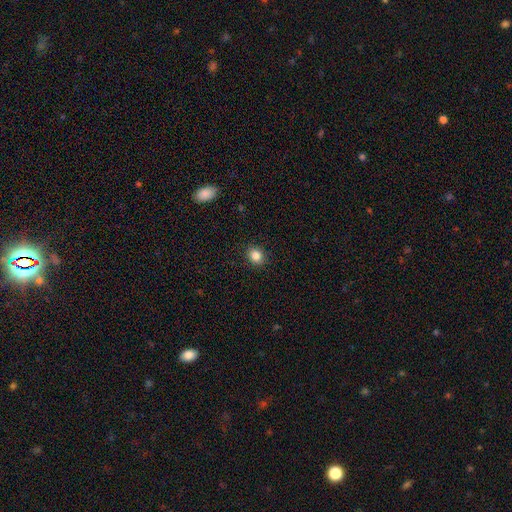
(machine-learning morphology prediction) This is clearly a smooth galaxy (85%). How rounded: likely round (67%). Merging: clearly none (90%).